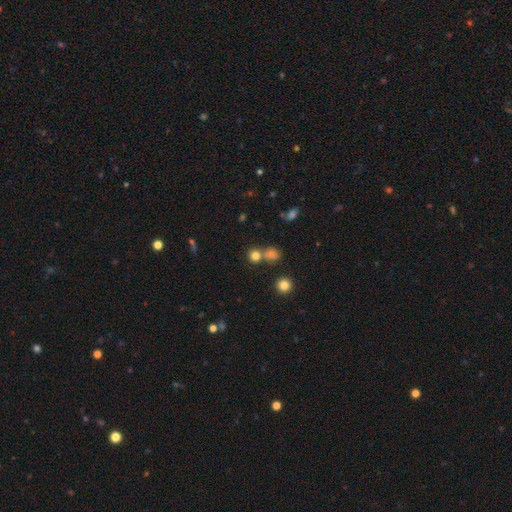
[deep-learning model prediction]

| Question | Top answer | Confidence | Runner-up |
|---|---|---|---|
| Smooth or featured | smooth | 78% | star or artifact (16%) |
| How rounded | round | 85% | in between (14%) |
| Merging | none | 60% | merger (29%) |